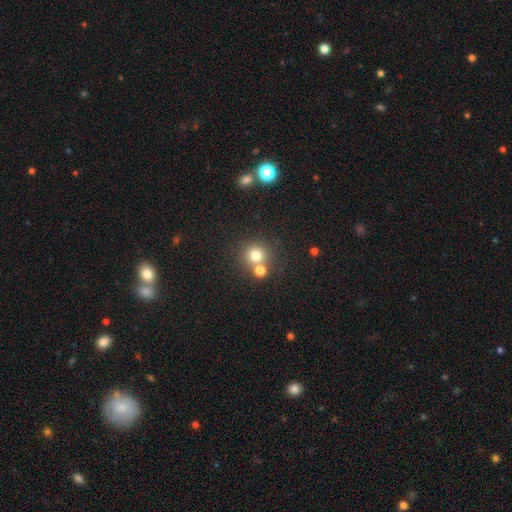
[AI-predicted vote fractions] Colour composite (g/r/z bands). It shows a smooth galaxy with no disk features (76%) that is round (90%). Merging: none (60%).